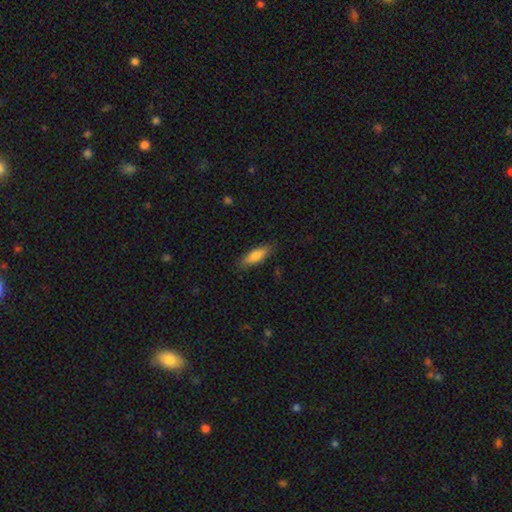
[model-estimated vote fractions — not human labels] This appears to be a smooth galaxy with no disk features (77%) that is in between round and cigar-shaped (57%). Merging: none (83%).